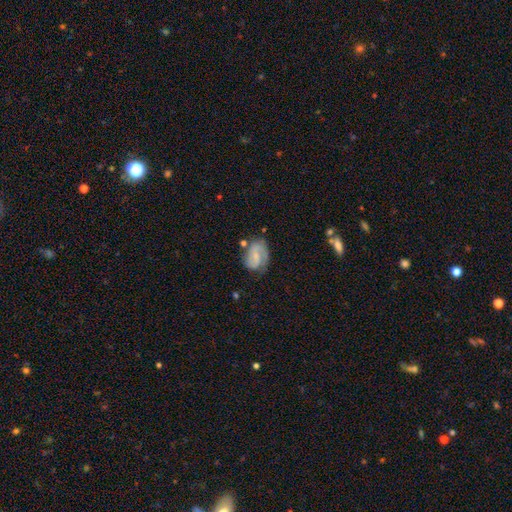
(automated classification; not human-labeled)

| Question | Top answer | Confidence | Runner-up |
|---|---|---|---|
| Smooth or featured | featured or disk | 59% | smooth (33%) |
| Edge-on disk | no | 97% | yes (3%) |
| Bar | weak | 45% | no (43%) |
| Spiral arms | yes | 87% | no (13%) |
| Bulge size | small | 55% | none (22%) |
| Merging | none | 54% | minor disturbance (27%) |